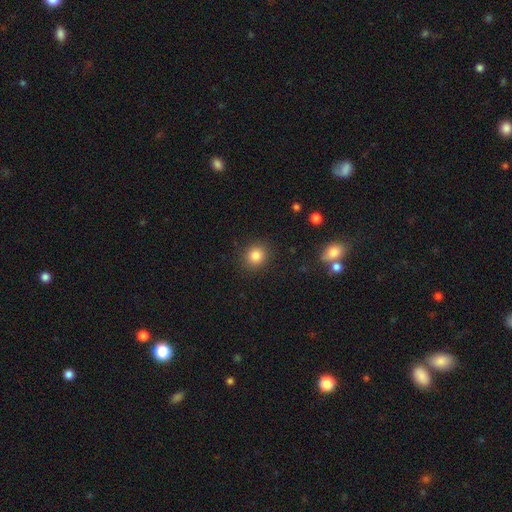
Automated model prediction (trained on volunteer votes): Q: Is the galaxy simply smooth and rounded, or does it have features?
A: smooth — 83%.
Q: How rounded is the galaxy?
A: round — 83%.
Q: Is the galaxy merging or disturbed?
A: none — 89%.